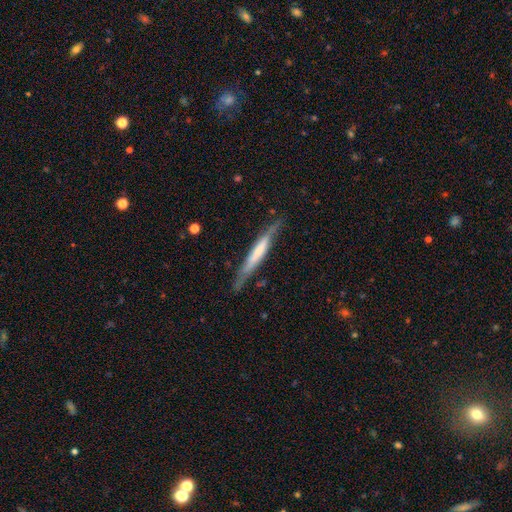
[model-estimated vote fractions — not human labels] featured or disk 59%, smooth 35%, star or artifact 6%. Down the decision tree: edge-on disk — yes (92%); edge-on bulge — none (53%); merging — none (80%).